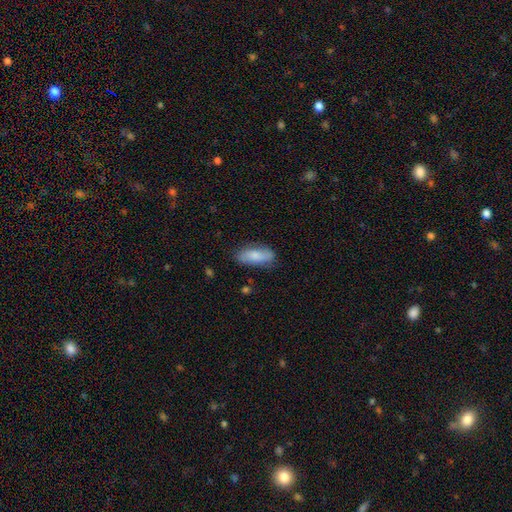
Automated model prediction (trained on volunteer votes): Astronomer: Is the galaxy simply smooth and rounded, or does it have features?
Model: smooth — 77%.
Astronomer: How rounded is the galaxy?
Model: in between — 78%.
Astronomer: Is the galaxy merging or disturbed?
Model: none — 76%.